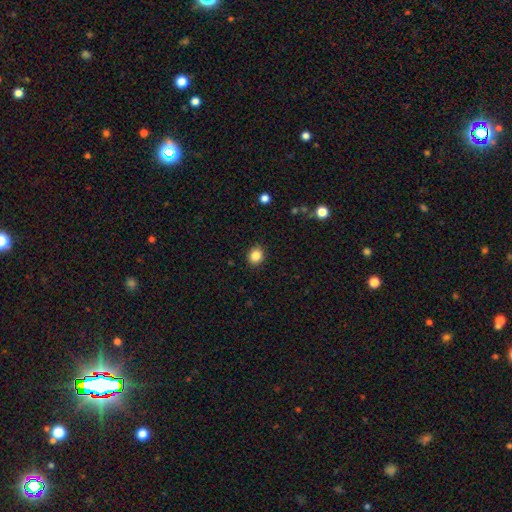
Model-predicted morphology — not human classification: This appears to be a smooth galaxy with no disk features (84%) that is round (75%). Merging: none (90%).